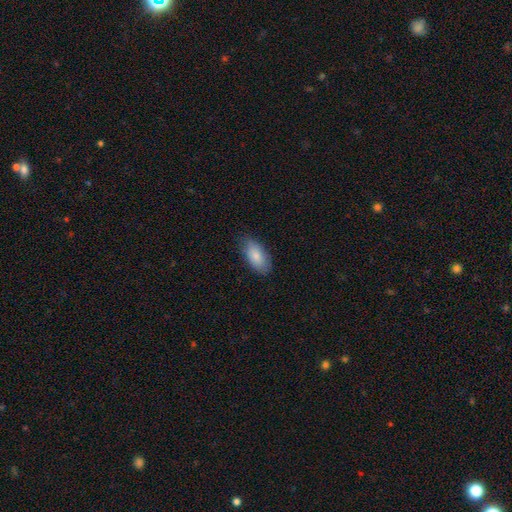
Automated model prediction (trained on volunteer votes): This appears to be a smooth galaxy with no disk features (83%) that is in between round and cigar-shaped (92%). Merging: none (79%).